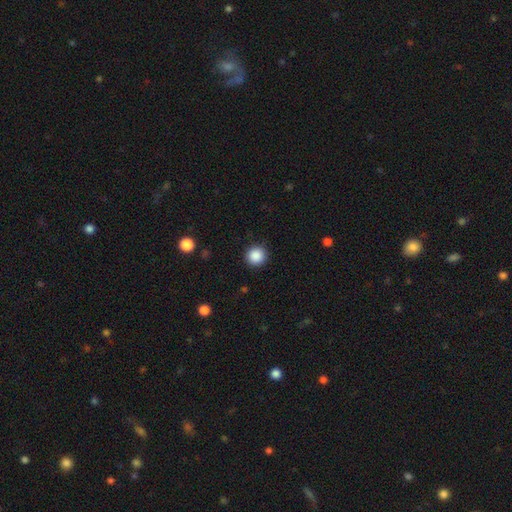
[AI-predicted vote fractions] Smooth or featured?
  - smooth: 88% *
  - star or artifact: 10%
  - featured or disk: 3%
How rounded?
  - round: 94% *
  - in between: 5%
  - cigar-shaped: 1%
Merging?
  - none: 91% *
  - minor disturbance: 6%
  - major disturbance: 2%
  - merger: 1%